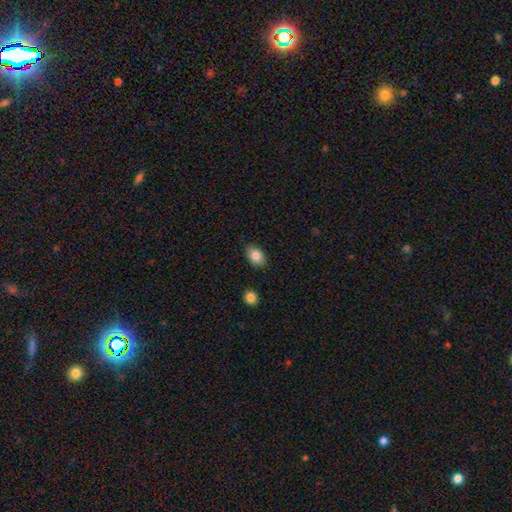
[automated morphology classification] Smooth or featured?
  - smooth: 86% *
  - star or artifact: 8%
  - featured or disk: 7%
How rounded?
  - in between: 85% *
  - round: 14%
  - cigar-shaped: 1%
Merging?
  - none: 87% *
  - minor disturbance: 9%
  - major disturbance: 2%
  - merger: 2%